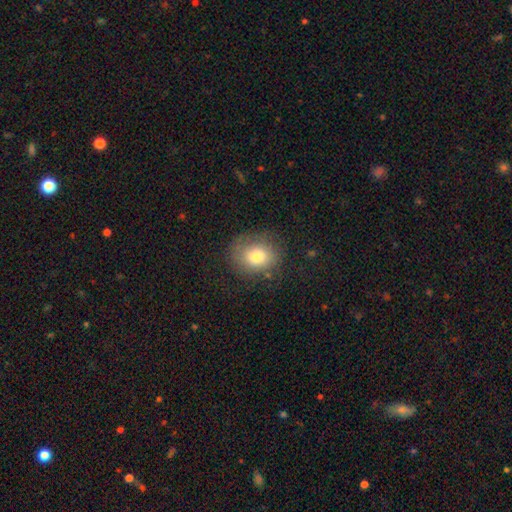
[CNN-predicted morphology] type=smooth (76%); roundness=round (62%); merging=none (74%).